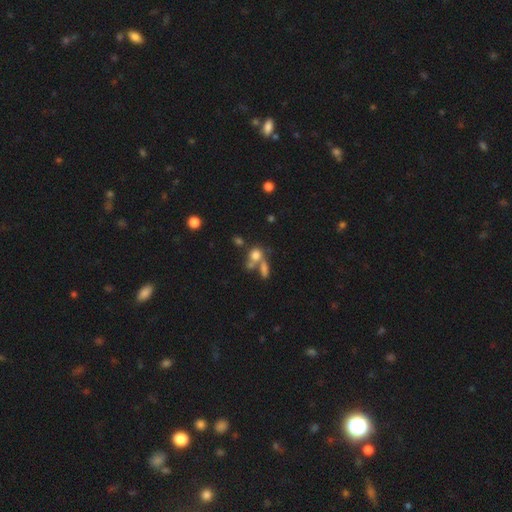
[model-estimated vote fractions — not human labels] A smooth galaxy with no disk features (71%) that is round (65%). Merging: merger (42%).